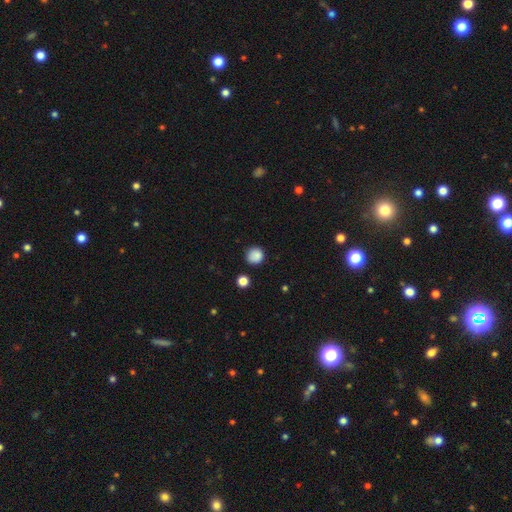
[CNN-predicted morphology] A smooth galaxy with no disk features (86%) that is round (91%).

Vote fractions:
- Smooth or featured? smooth: 86% / star or artifact: 10% / featured or disk: 4%
- How rounded? round: 91% / in between: 8% / cigar-shaped: 1%
- Merging? none: 81% / minor disturbance: 13% / major disturbance: 3% / merger: 3%